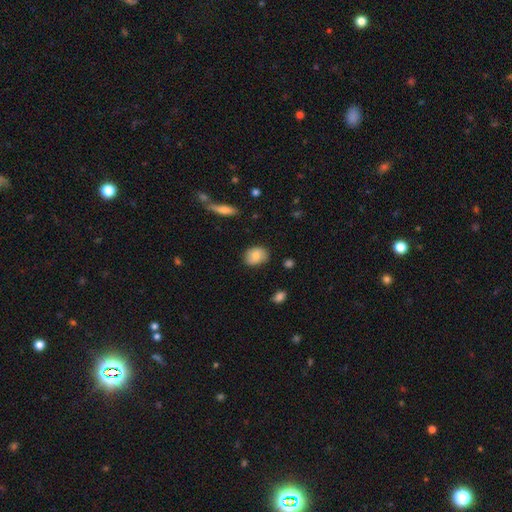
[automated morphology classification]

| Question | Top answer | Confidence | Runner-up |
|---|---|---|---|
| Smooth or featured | smooth | 77% | featured or disk (16%) |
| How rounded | in between | 66% | round (32%) |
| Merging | none | 77% | minor disturbance (18%) |